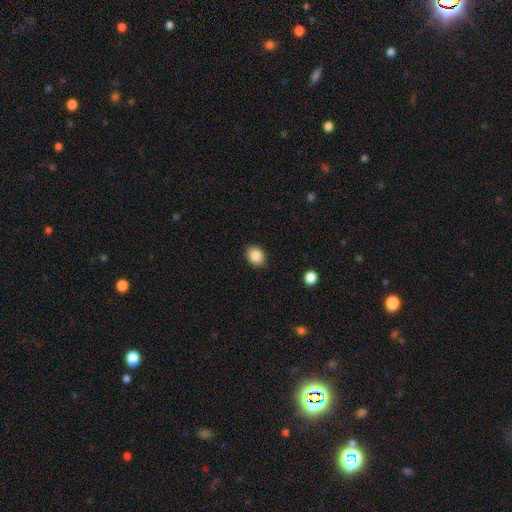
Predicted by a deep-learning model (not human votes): Smooth or featured?
  - smooth: 86% *
  - star or artifact: 9%
  - featured or disk: 5%
How rounded?
  - in between: 55% *
  - round: 44%
  - cigar-shaped: 1%
Merging?
  - none: 88% *
  - minor disturbance: 9%
  - major disturbance: 2%
  - merger: 1%